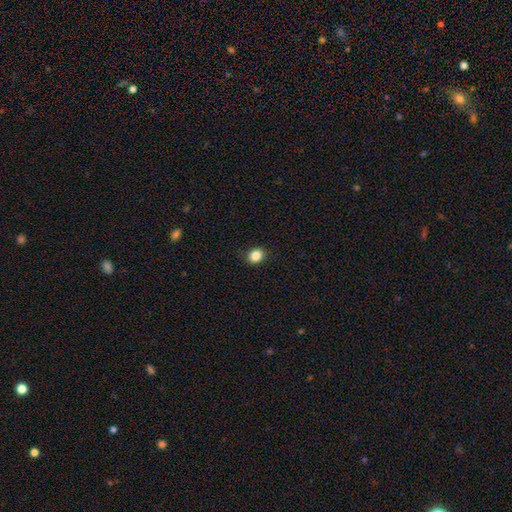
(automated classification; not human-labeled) Q: Smooth or featured?
A: smooth (86%); runner-up: star or artifact (10%)
Q: How rounded?
A: round (50%); runner-up: in between (49%)
Q: Merging?
A: none (90%); runner-up: minor disturbance (7%)